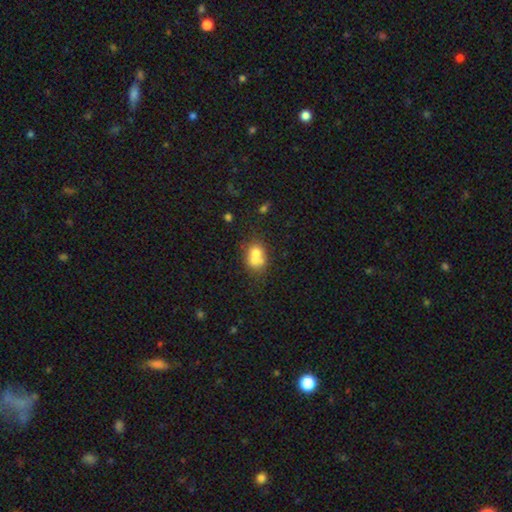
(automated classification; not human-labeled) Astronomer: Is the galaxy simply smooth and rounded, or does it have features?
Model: smooth — 64%.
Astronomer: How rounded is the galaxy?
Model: round — 54% (runner-up: in between, 45%).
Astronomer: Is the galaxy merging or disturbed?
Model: merger — 59%.